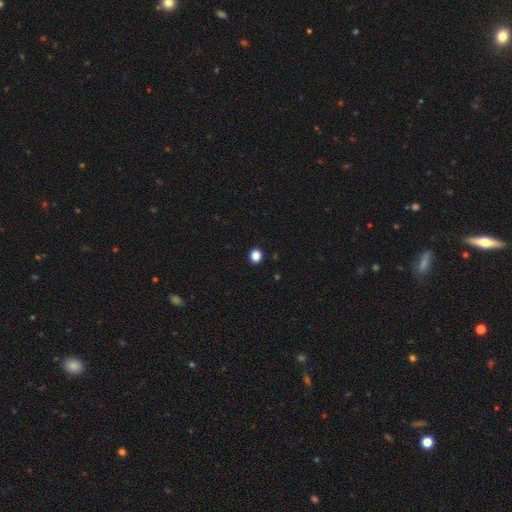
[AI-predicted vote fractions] A smooth galaxy with no disk features (86%) that is round (83%). Merging: none (93%).